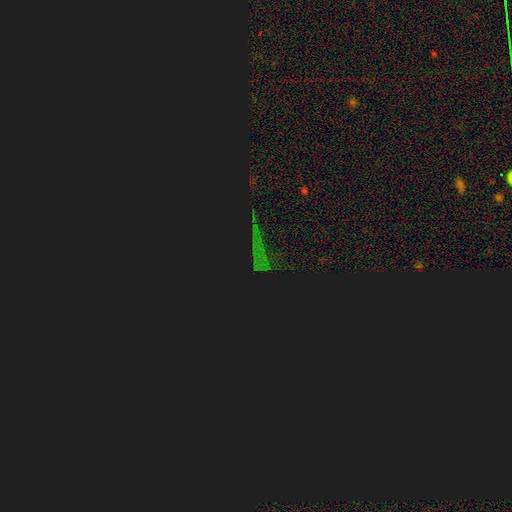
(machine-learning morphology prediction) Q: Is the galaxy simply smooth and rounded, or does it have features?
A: star or artifact — 83%.